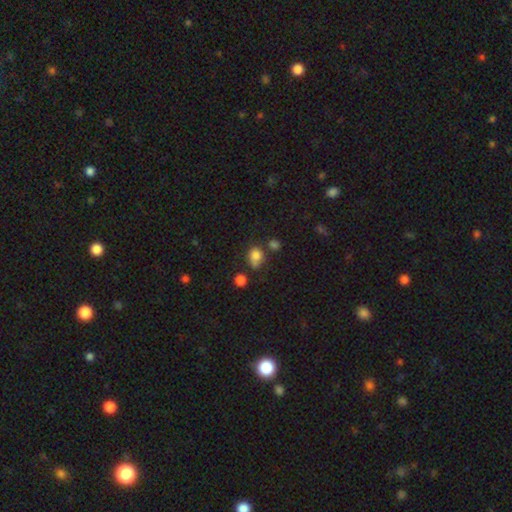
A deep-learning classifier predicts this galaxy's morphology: Smooth or featured? smooth (81%)
How rounded? round (51%)
Merging? none (49%)